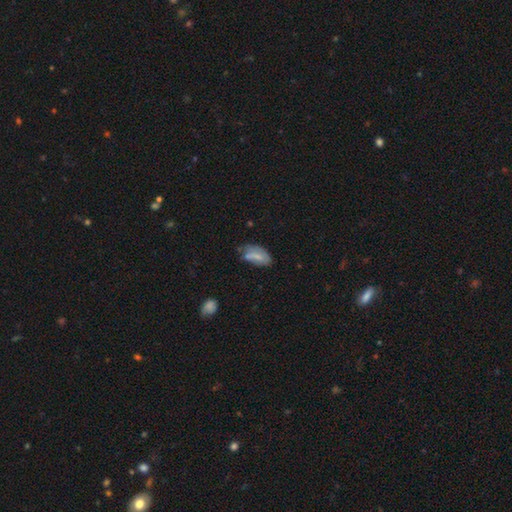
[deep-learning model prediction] The model was most divided on "merging": none: 41%, minor disturbance: 36%, major disturbance: 16%, merger: 8%. More confident: how rounded — in between (88%); smooth or featured — smooth (66%).